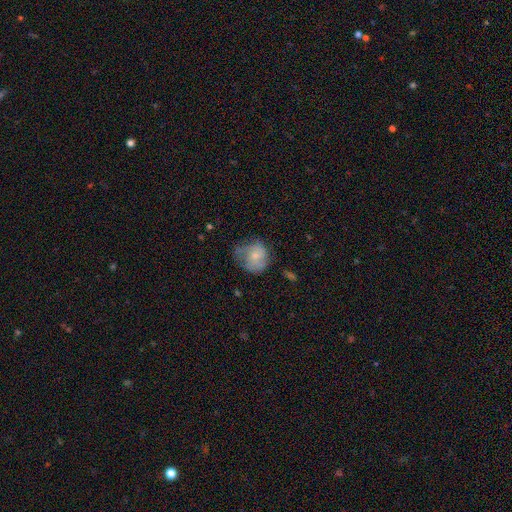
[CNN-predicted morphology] This is possibly a smooth galaxy (52%). How rounded: likely round (74%). Merging: possibly none (47%).